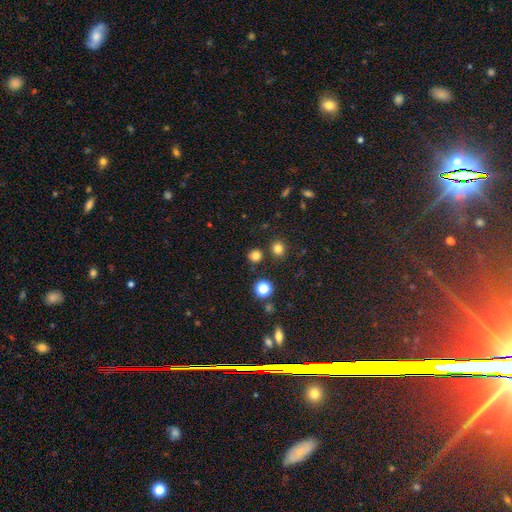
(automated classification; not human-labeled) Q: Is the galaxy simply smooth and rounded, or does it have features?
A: smooth — 77%.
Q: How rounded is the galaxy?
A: round — 91%.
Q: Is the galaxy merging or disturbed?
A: none — 84%.